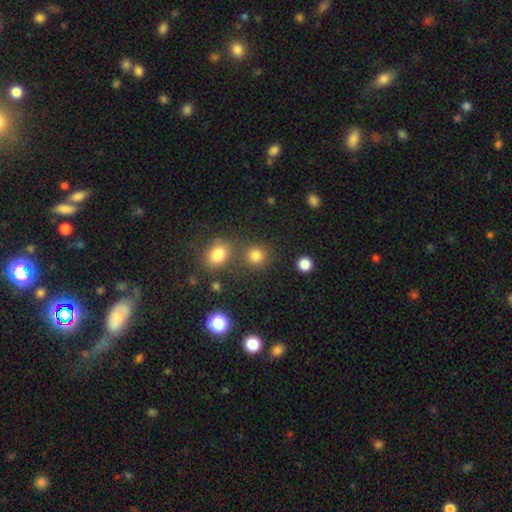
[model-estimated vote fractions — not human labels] Smooth or featured?
  - smooth: 79% *
  - star or artifact: 15%
  - featured or disk: 5%
How rounded?
  - round: 86% *
  - in between: 13%
  - cigar-shaped: 1%
Merging?
  - none: 70% *
  - merger: 18%
  - minor disturbance: 8%
  - major disturbance: 4%